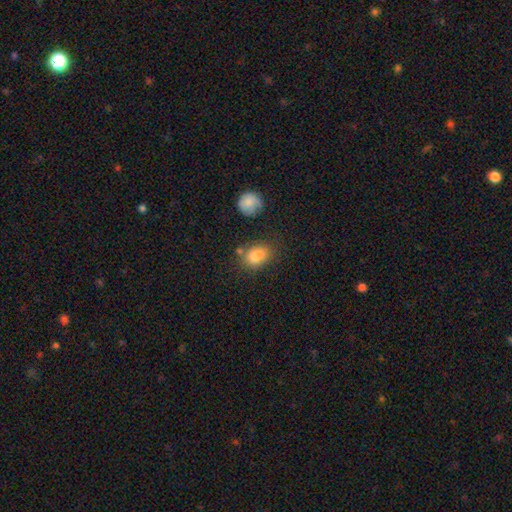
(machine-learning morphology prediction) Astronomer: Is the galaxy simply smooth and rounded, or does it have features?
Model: smooth — 85%.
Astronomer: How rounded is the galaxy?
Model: in between — 74%.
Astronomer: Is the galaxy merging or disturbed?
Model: none — 67%.